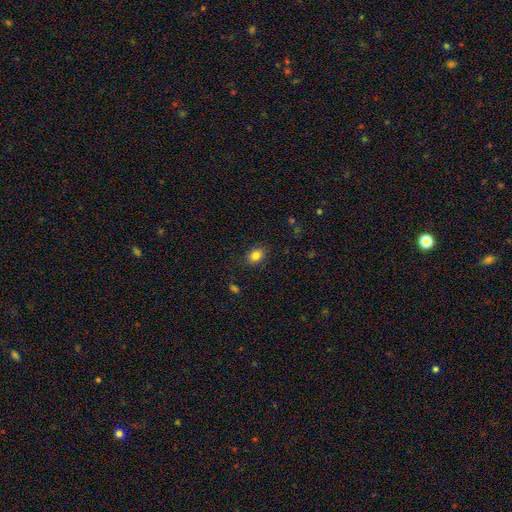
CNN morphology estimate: smooth 83%, star or artifact 10%, featured or disk 7%. Down the decision tree: how rounded — in between (62%); merging — none (86%).